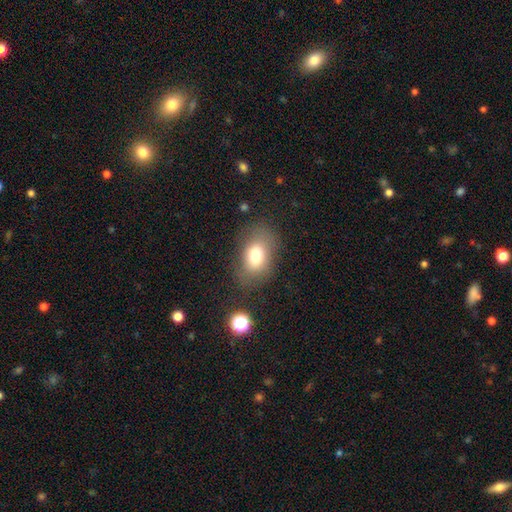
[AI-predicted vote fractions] The model was most divided on "merging": none: 71%, minor disturbance: 17%, major disturbance: 8%, merger: 3%. More confident: how rounded — in between (80%); smooth or featured — smooth (75%).